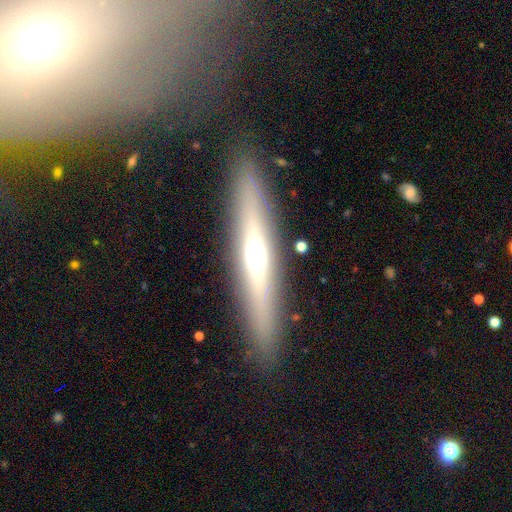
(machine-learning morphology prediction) The model was most divided on "smooth or featured": featured or disk: 62%, smooth: 30%, star or artifact: 9%. More confident: edge-on disk — yes (92%); edge-on bulge — rounded (88%); merging — none (88%).